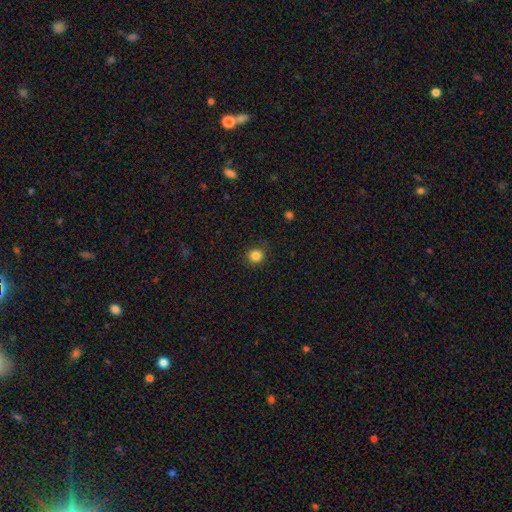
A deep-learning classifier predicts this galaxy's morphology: smooth-or-featured: smooth: 84% | star or artifact: 11% | featured or disk: 4%
  how-rounded: round: 87% | in between: 12% | cigar-shaped: 1%
  merging: none: 86% | minor disturbance: 10% | major disturbance: 3% | merger: 1%